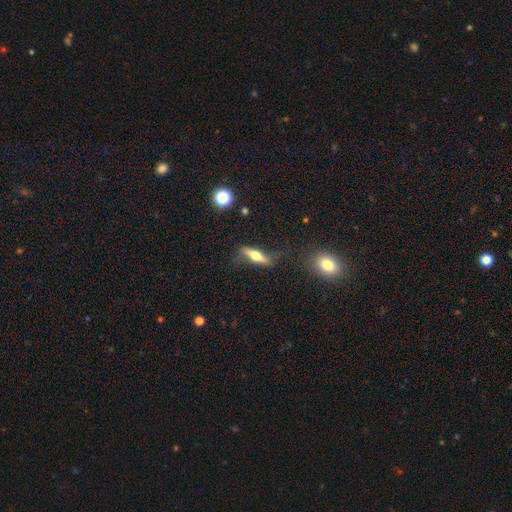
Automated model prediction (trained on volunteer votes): Smooth or featured? featured or disk (54%)
Edge-on disk? yes (80%)
Merging? none (64%)